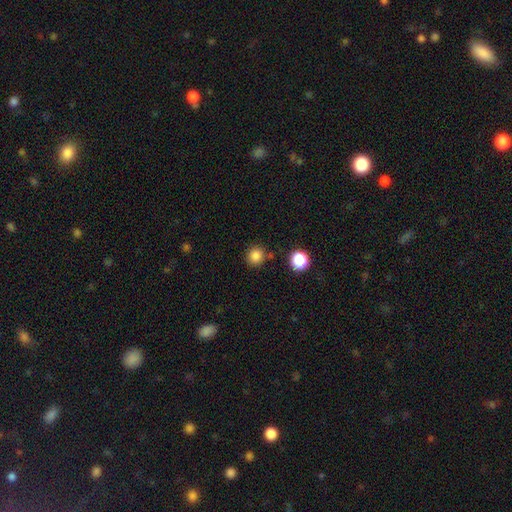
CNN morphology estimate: Smooth or featured?
  - smooth: 84% *
  - star or artifact: 12%
  - featured or disk: 4%
How rounded?
  - round: 89% *
  - in between: 10%
  - cigar-shaped: 1%
Merging?
  - none: 84% *
  - minor disturbance: 8%
  - merger: 5%
  - major disturbance: 3%